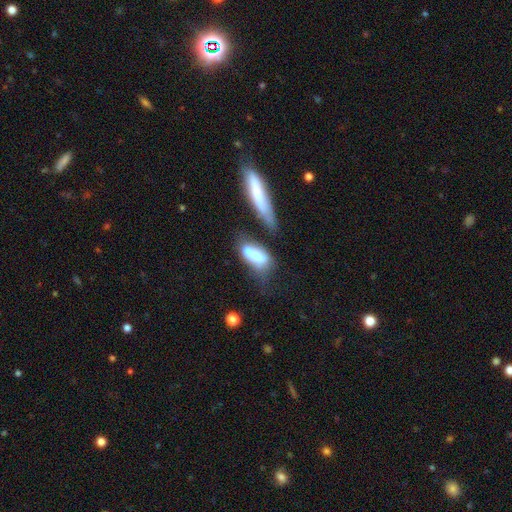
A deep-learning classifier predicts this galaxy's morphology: Smooth or featured?
  - smooth: 52% *
  - featured or disk: 40%
  - star or artifact: 8%
How rounded?
  - in between: 78% *
  - cigar-shaped: 16%
  - round: 6%
Merging?
  - merger: 40% *
  - none: 27%
  - minor disturbance: 18%
  - major disturbance: 15%